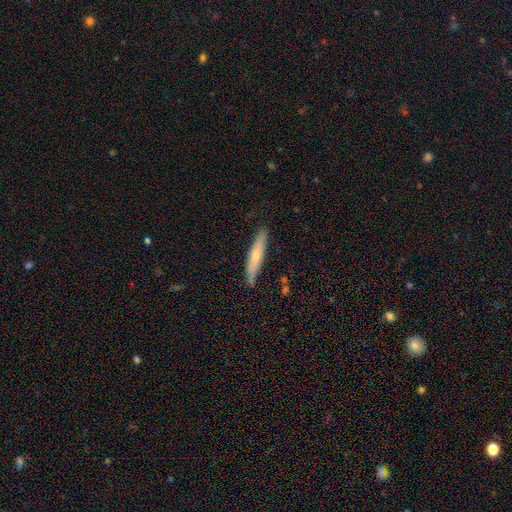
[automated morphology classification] A smooth galaxy with no disk features (59%) that is cigar-shaped (89%).

Vote fractions:
- Smooth or featured? smooth: 59% / featured or disk: 35% / star or artifact: 6%
- How rounded? cigar-shaped: 89% / in between: 9% / round: 1%
- Merging? none: 82% / minor disturbance: 14% / major disturbance: 2% / merger: 2%